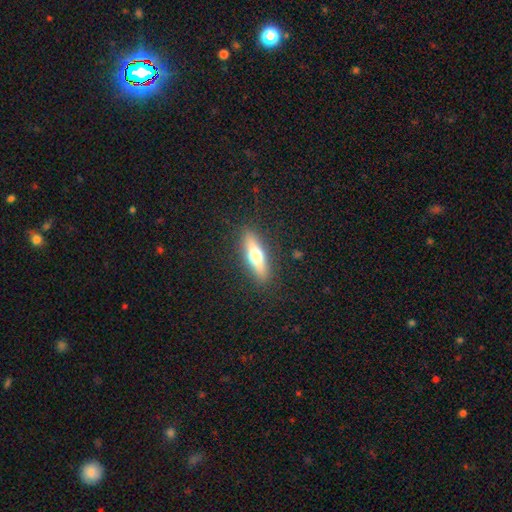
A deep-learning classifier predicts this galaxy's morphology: Smooth or featured?
  - smooth: 49% *
  - featured or disk: 44%
  - star or artifact: 7%
Merging?
  - none: 88% *
  - minor disturbance: 8%
  - major disturbance: 2%
  - merger: 1%